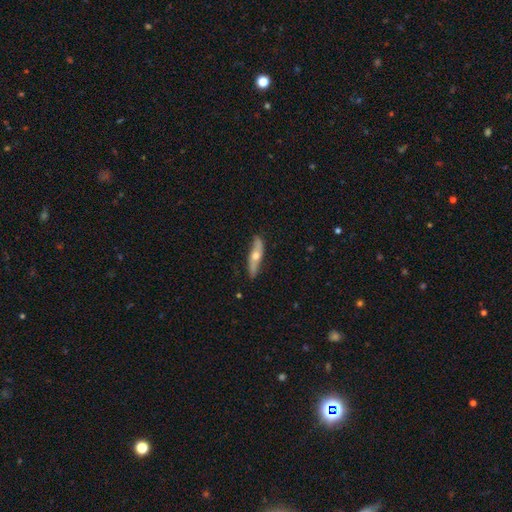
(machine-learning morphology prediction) A featured or disk galaxy (54%) viewed edge-on (67%).

Vote fractions:
- Smooth or featured? featured or disk: 54% / smooth: 41% / star or artifact: 5%
- Edge-on disk? yes: 67% / no: 33%
- Merging? none: 81% / minor disturbance: 15% / major disturbance: 2% / merger: 1%